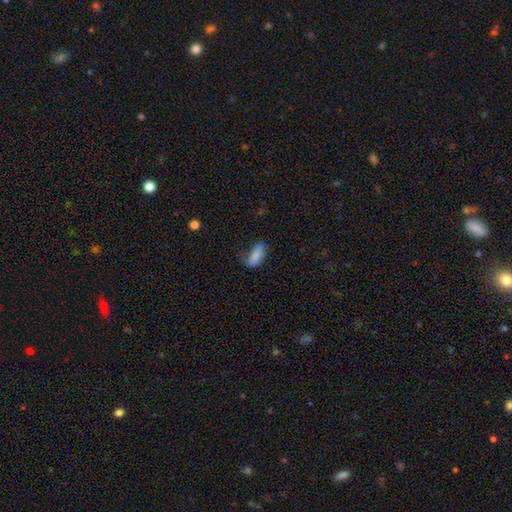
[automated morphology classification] Q: Smooth or featured?
A: smooth (81%); runner-up: featured or disk (11%)
Q: How rounded?
A: in between (75%); runner-up: cigar-shaped (22%)
Q: Merging?
A: none (47%); runner-up: minor disturbance (33%)